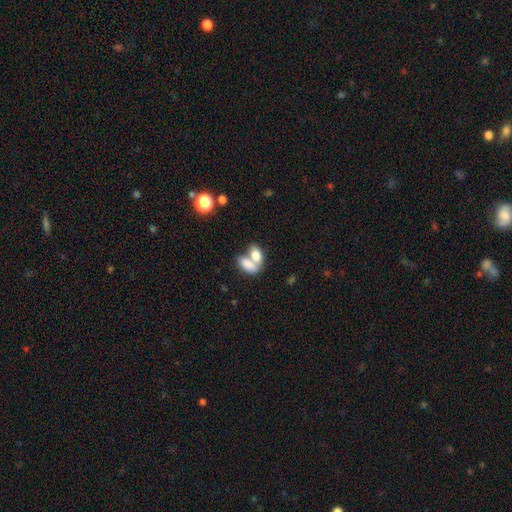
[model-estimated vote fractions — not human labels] This is likely a smooth galaxy (77%). How rounded: clearly in between (89%). Merging: likely merger (67%).